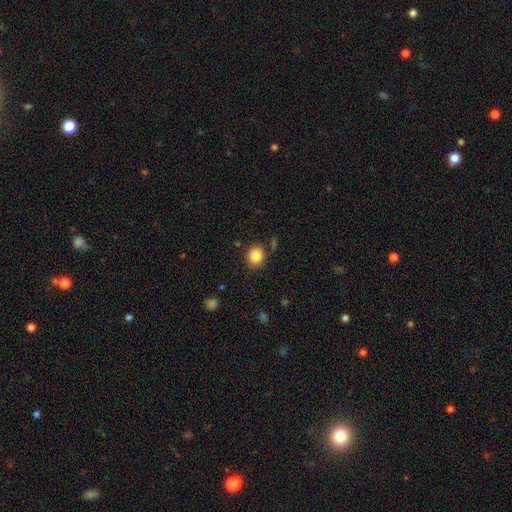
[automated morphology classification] smooth 86%, star or artifact 9%, featured or disk 5%. Down the decision tree: how rounded — round (66%); merging — none (82%).